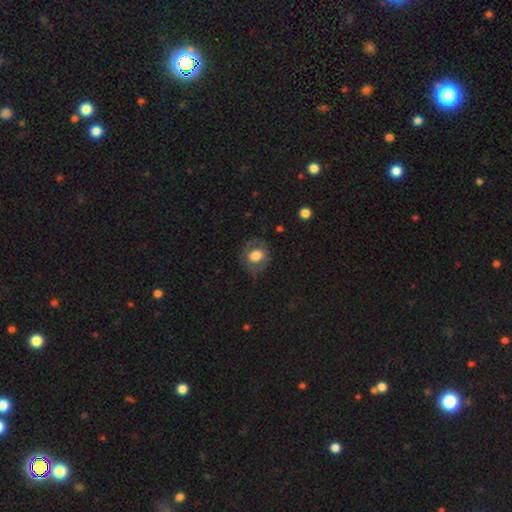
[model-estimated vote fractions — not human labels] Morphology: type=smooth (56%); roundness=round (63%); merging=none (66%).